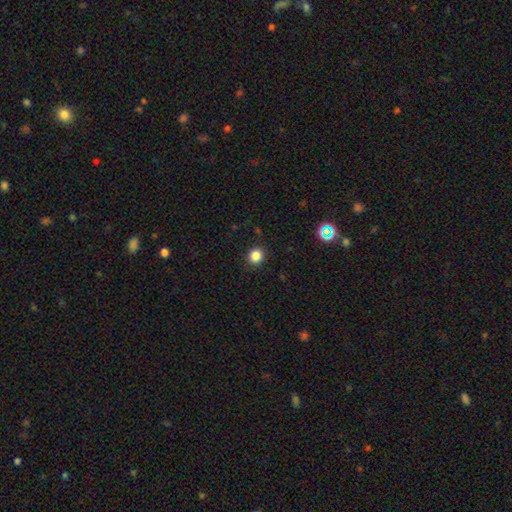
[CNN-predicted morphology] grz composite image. It shows a smooth galaxy with no disk features (84%) that is round (87%). Merging: none (90%).